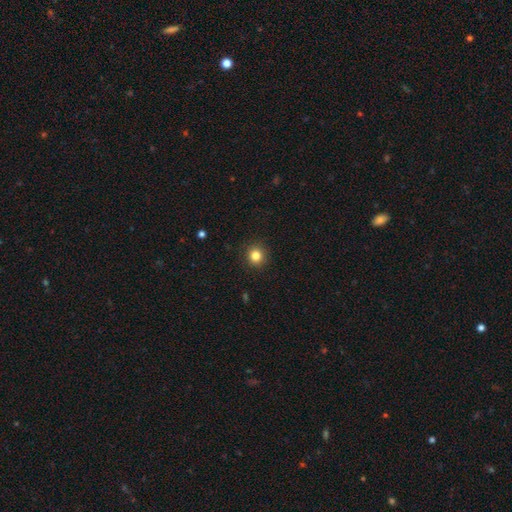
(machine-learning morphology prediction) A smooth galaxy with no disk features (83%) that is round (93%). Merging: none (92%).